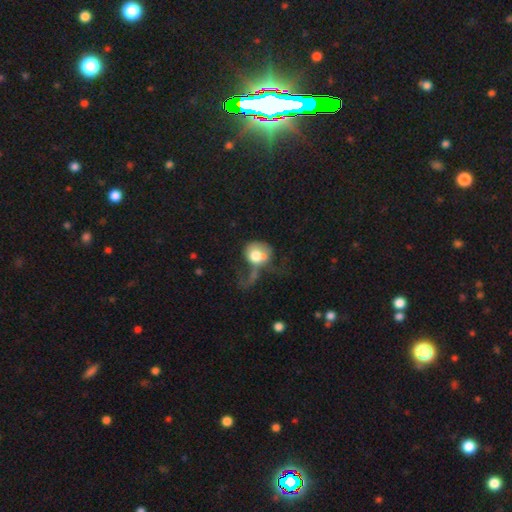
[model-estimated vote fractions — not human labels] Q: Smooth or featured?
A: smooth (61%); runner-up: featured or disk (30%)
Q: How rounded?
A: round (59%); runner-up: in between (40%)
Q: Merging?
A: major disturbance (57%); runner-up: none (15%)